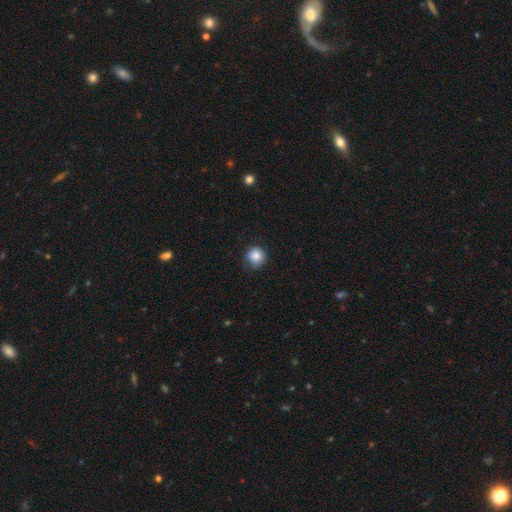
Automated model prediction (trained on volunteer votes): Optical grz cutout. It shows a smooth galaxy with no disk features (84%) that is round (91%). Merging: none (72%).